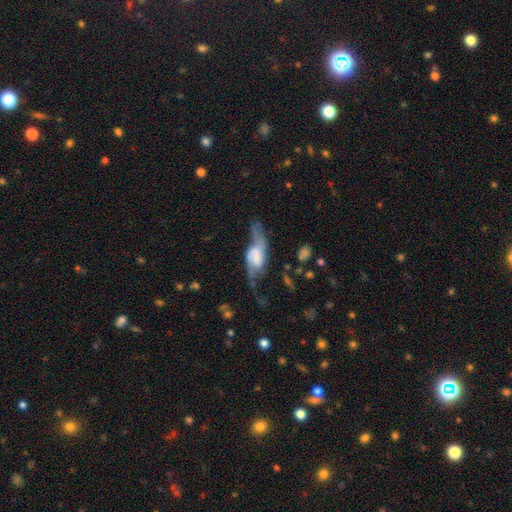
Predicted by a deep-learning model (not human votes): Smooth or featured: featured or disk — 67% (smooth — 26%)
Edge-on disk: no — 86% (yes — 14%)
Bar: weak — 42% (no — 38%)
Spiral arms: yes — 83% (no — 17%)
Bulge size: moderate — 26% (small — 24%)
Merging: none — 36% (major disturbance — 35%)